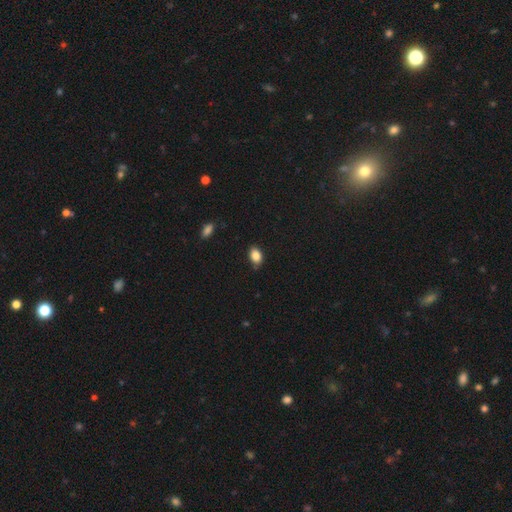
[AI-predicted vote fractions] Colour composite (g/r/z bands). It shows a smooth galaxy with no disk features (85%) that is in between round and cigar-shaped (84%). Merging: none (76%).